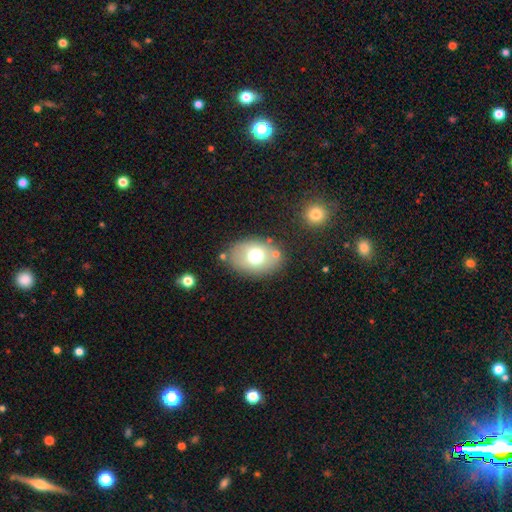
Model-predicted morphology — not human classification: type=smooth (69%); roundness=in between (76%); merging=none (76%).